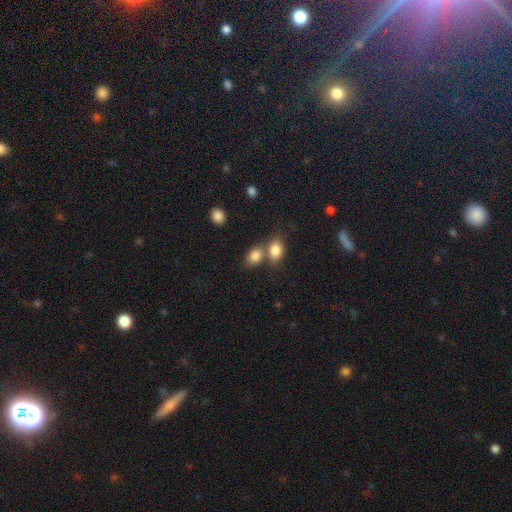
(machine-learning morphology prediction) Smooth or featured? Predicted: smooth (p=0.84). How rounded? Predicted: in between (p=0.81). Merging? Predicted: merger (p=0.48).